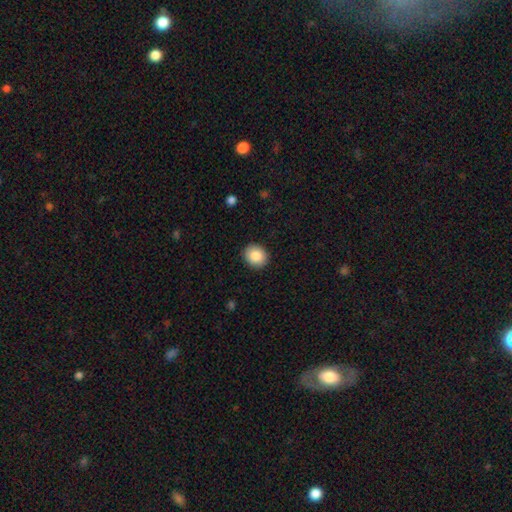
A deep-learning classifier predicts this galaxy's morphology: This appears to be a smooth galaxy with no disk features (86%) that is round (69%). Merging: none (91%).